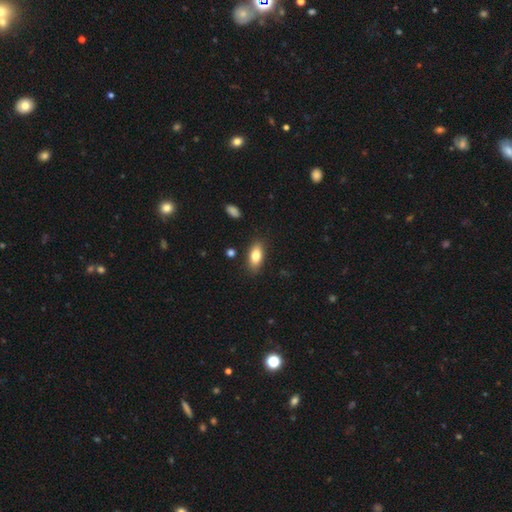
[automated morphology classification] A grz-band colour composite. It shows a smooth galaxy with no disk features (80%) that is in between round and cigar-shaped (85%). Merging: none (85%).